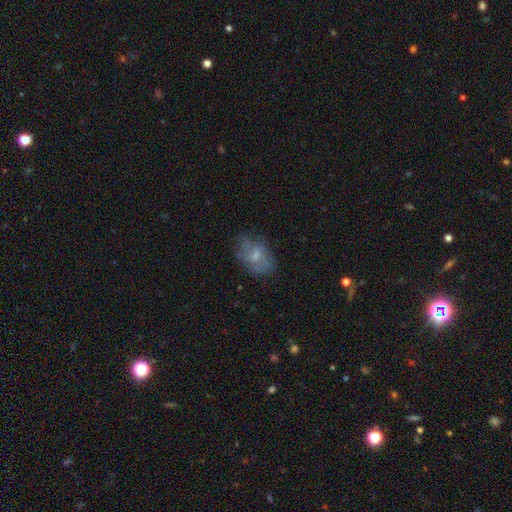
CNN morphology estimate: This is possibly a smooth galaxy (52%). How rounded: likely in between (80%). Merging: likely none (64%).